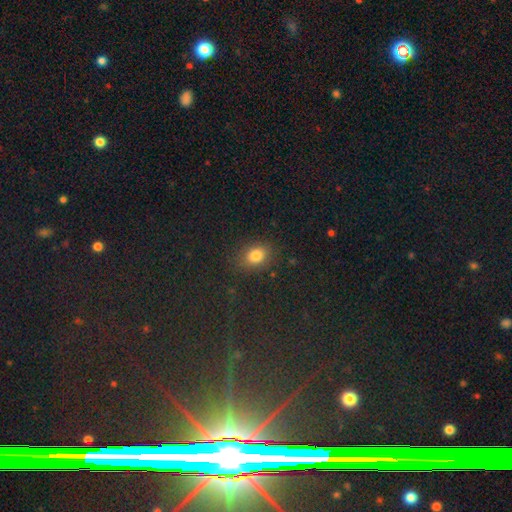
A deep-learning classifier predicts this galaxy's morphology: smooth-or-featured: smooth: 79% | star or artifact: 14% | featured or disk: 7%
  how-rounded: in between: 60% | round: 38% | cigar-shaped: 2%
  merging: none: 83% | minor disturbance: 11% | major disturbance: 4% | merger: 2%